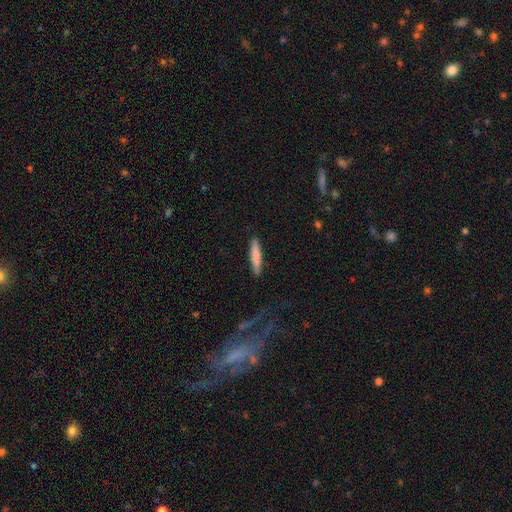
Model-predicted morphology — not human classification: smooth-or-featured: smooth: 79% | featured or disk: 15% | star or artifact: 6%
  how-rounded: cigar-shaped: 91% | in between: 8% | round: 1%
  merging: none: 89% | minor disturbance: 8% | major disturbance: 2% | merger: 1%